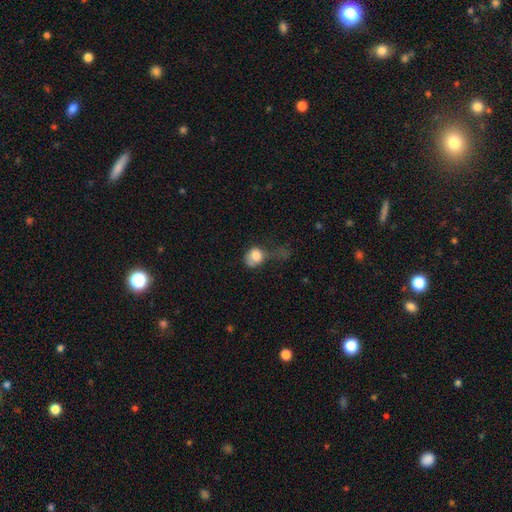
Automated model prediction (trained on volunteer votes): smooth_or_featured: smooth (p=0.77) [alt: featured or disk p=0.14]
how_rounded: round (p=0.54) [alt: in between p=0.45]
merging: major disturbance (p=0.50) [alt: minor disturbance p=0.23]